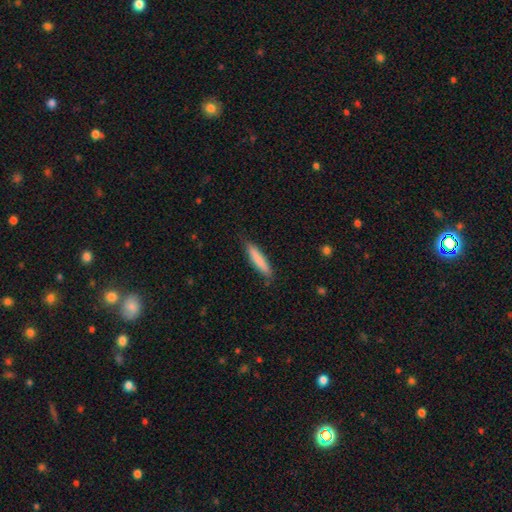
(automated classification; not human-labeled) A smooth galaxy with no disk features (82%) that is cigar-shaped (90%).

Vote fractions:
- Smooth or featured? smooth: 82% / featured or disk: 13% / star or artifact: 6%
- How rounded? cigar-shaped: 90% / in between: 9% / round: 1%
- Merging? none: 84% / minor disturbance: 12% / major disturbance: 2% / merger: 1%